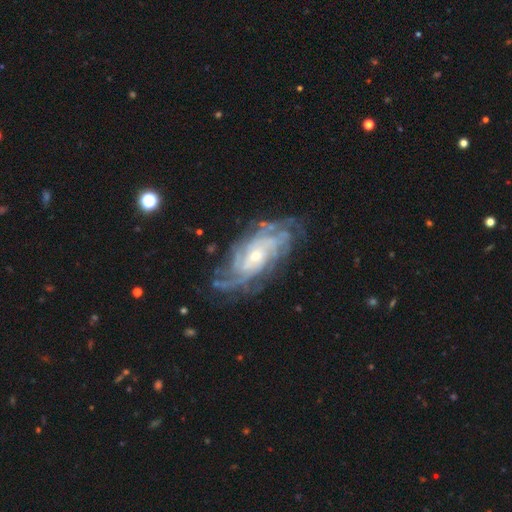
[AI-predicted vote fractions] A featured or disk galaxy (89%) with no bar (64%), tight (66%) spiral arms (97%) and a small central bulge (59%).

Vote fractions:
- Smooth or featured? featured or disk: 89% / star or artifact: 6% / smooth: 6%
- Edge-on disk? no: 95% / yes: 5%
- Bar? no: 64% / weak: 28% / strong: 8%
- Spiral arms? yes: 97% / no: 3%
- Spiral winding? tight: 66% / medium: 28% / loose: 7%
- Spiral arm count? can't tell: 33% / 4: 21% / more than 4: 16% / 3: 13% / 2: 10% / 1: 6%
- Bulge size? small: 59% / moderate: 36% / large: 3% / none: 2% / dominant: 1%
- Merging? none: 73% / minor disturbance: 17% / major disturbance: 8% / merger: 2%